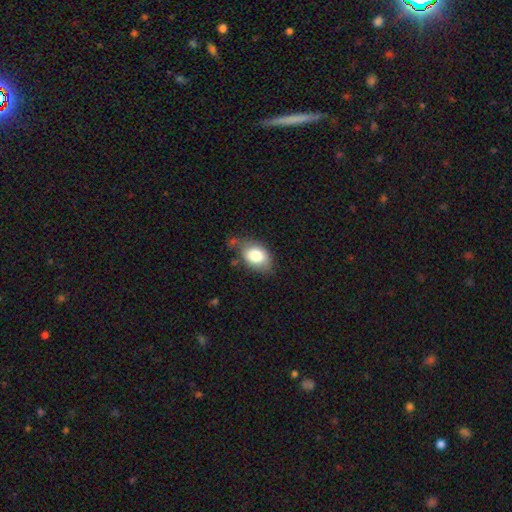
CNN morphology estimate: This appears to be a smooth galaxy with no disk features (79%) that is in between round and cigar-shaped (81%). Merging: none (57%).